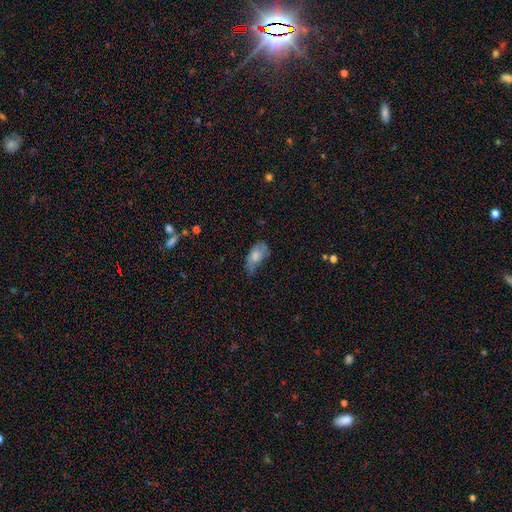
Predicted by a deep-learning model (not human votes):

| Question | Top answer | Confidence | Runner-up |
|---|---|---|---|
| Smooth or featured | smooth | 68% | featured or disk (23%) |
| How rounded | in between | 90% | cigar-shaped (5%) |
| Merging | minor disturbance | 41% | none (35%) |